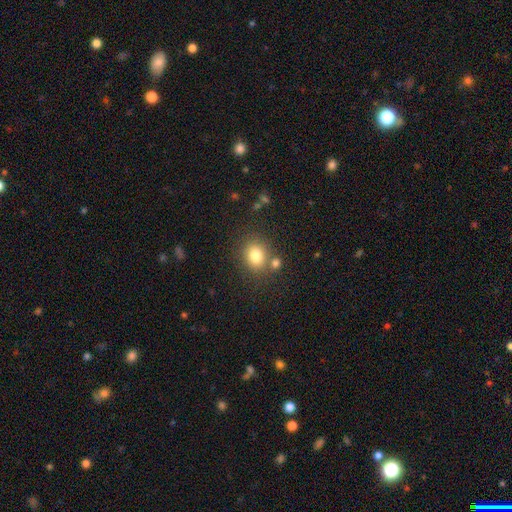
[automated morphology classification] type=smooth (80%); roundness=round (63%); merging=none (70%).